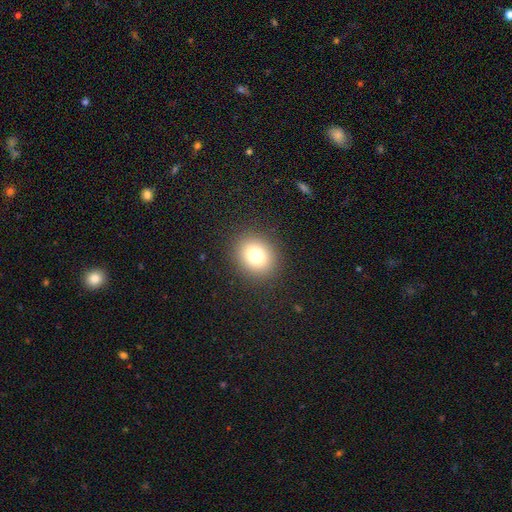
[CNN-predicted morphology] This is likely a smooth galaxy (78%). How rounded: likely round (69%). Merging: clearly none (89%).